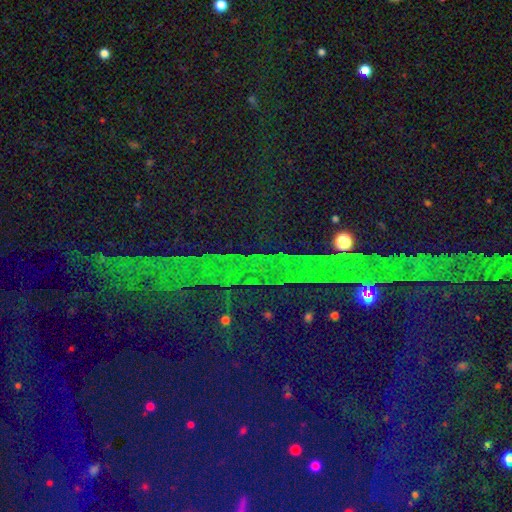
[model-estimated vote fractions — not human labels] This appears to be a star or artifact, not a galaxy (81%).